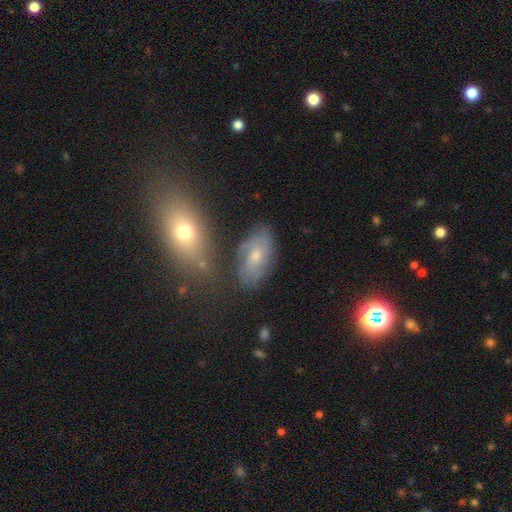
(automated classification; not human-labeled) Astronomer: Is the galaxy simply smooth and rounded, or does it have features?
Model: smooth — 52% (runner-up: featured or disk, 38%).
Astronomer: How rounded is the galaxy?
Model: in between — 91%.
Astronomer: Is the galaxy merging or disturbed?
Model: none — 66%.